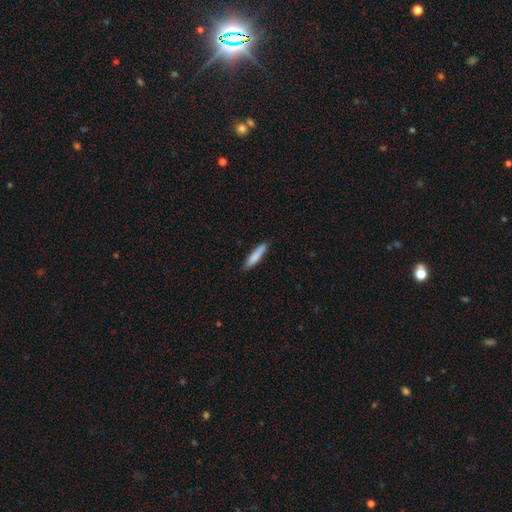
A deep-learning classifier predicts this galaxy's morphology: Smooth or featured?
  - smooth: 84% *
  - featured or disk: 10%
  - star or artifact: 6%
How rounded?
  - cigar-shaped: 87% *
  - in between: 12%
  - round: 1%
Merging?
  - none: 87% *
  - minor disturbance: 10%
  - major disturbance: 2%
  - merger: 1%